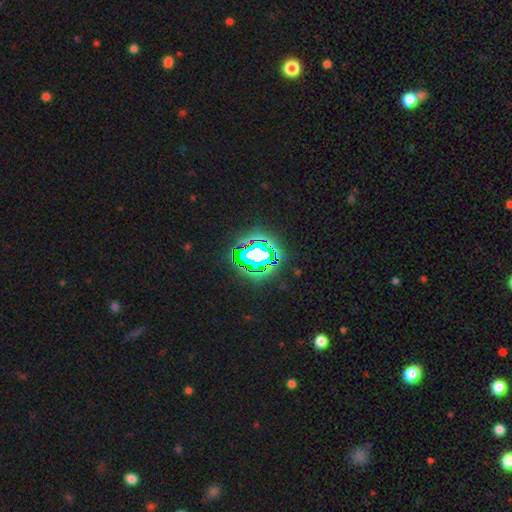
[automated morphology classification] smooth_or_featured: star or artifact (p=0.68) [alt: smooth p=0.17]